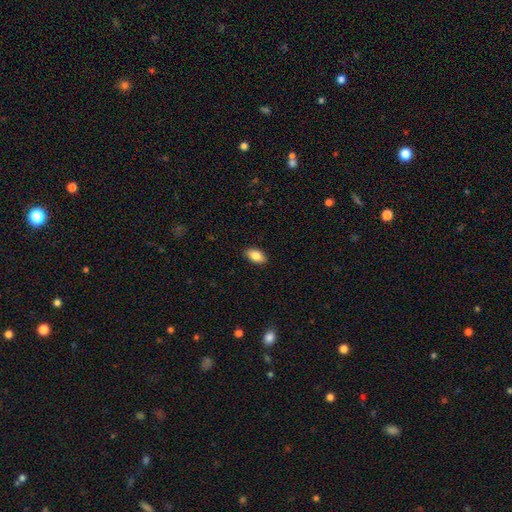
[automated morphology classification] Overall: smooth (84%). How rounded: in between (91%). Merging: none (89%).